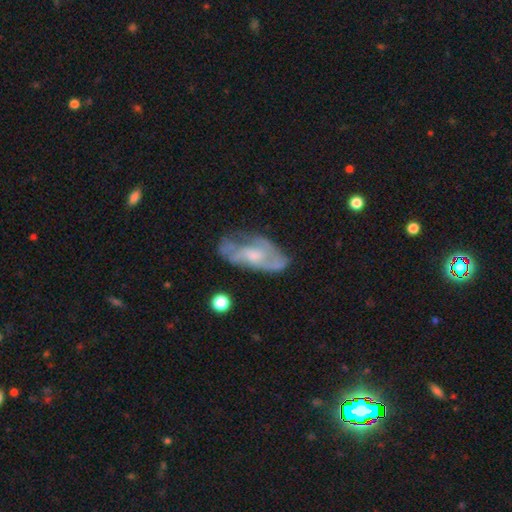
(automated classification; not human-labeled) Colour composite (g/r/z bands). It shows a featured or disk galaxy (72%) with no bar (62%), 2 (41%) medium (46%) spiral arms (80%) and a moderate central bulge (42%). Merging: none (56%).